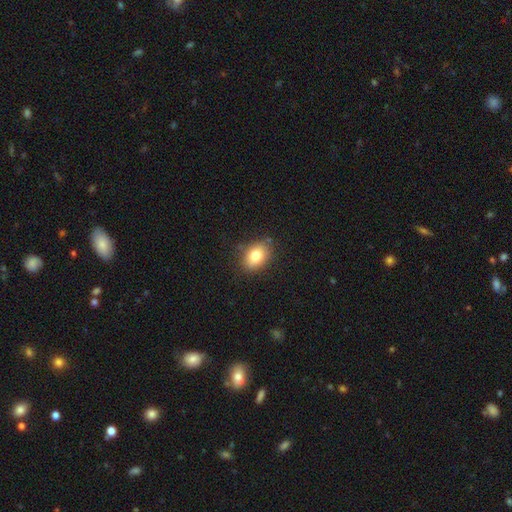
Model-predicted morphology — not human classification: Smooth or featured?
  - smooth: 80% *
  - featured or disk: 10%
  - star or artifact: 9%
How rounded?
  - in between: 75% *
  - round: 24%
  - cigar-shaped: 1%
Merging?
  - none: 80% *
  - minor disturbance: 14%
  - major disturbance: 3%
  - merger: 2%